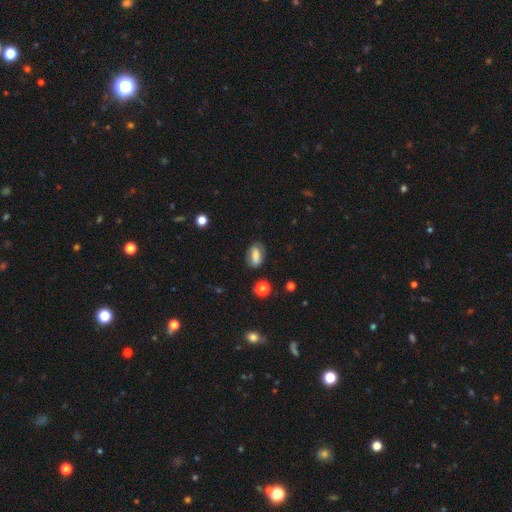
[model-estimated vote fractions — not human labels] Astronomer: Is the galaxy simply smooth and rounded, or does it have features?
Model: smooth — 72%.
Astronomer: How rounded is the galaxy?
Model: in between — 85%.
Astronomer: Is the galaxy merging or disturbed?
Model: none — 75%.